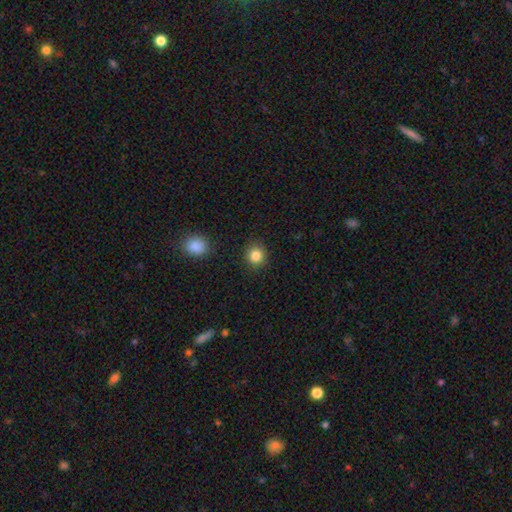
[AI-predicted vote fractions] Q: Smooth or featured?
A: smooth (84%); runner-up: star or artifact (11%)
Q: How rounded?
A: round (87%); runner-up: in between (12%)
Q: Merging?
A: none (90%); runner-up: minor disturbance (7%)